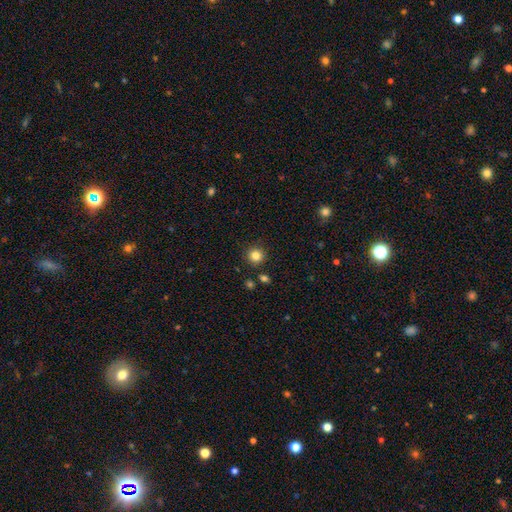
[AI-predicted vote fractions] This is clearly a smooth galaxy (84%). How rounded: clearly round (93%). Merging: clearly none (89%).